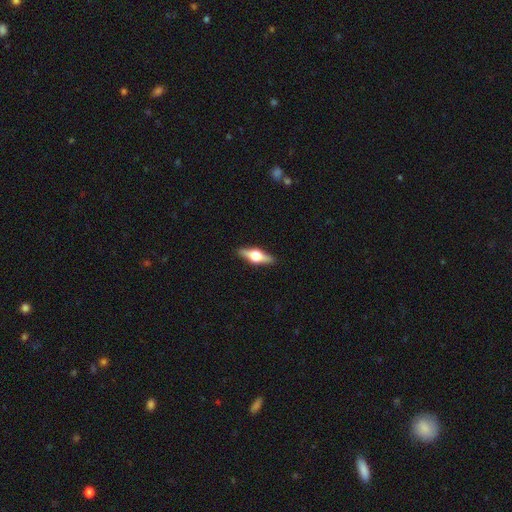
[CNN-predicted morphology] Smooth or featured: featured or disk — 66% (smooth — 28%)
Edge-on disk: yes — 96% (no — 4%)
Edge-on bulge: rounded — 95% (boxy — 4%)
Merging: none — 90% (minor disturbance — 8%)